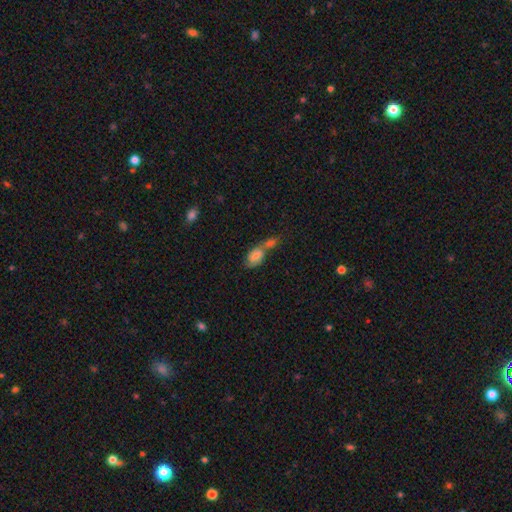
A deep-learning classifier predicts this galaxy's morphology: This appears to be a smooth galaxy with no disk features (61%) that is in between round and cigar-shaped (87%). Merging: merger (61%).